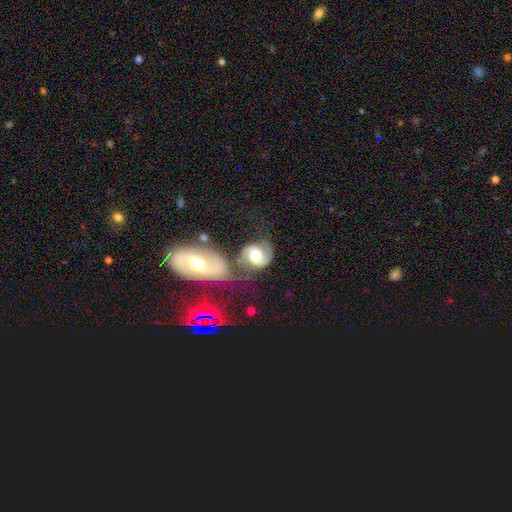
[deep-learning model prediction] Q: Smooth or featured?
A: featured or disk (76%); runner-up: smooth (18%)
Q: Edge-on disk?
A: no (98%); runner-up: yes (2%)
Q: Bar?
A: no (48%); runner-up: weak (40%)
Q: Spiral arms?
A: yes (91%); runner-up: no (9%)
Q: Spiral winding?
A: medium (53%); runner-up: loose (26%)
Q: Spiral arm count?
A: 2 (89%); runner-up: can't tell (4%)
Q: Bulge size?
A: moderate (65%); runner-up: large (26%)
Q: Merging?
A: none (54%); runner-up: merger (21%)